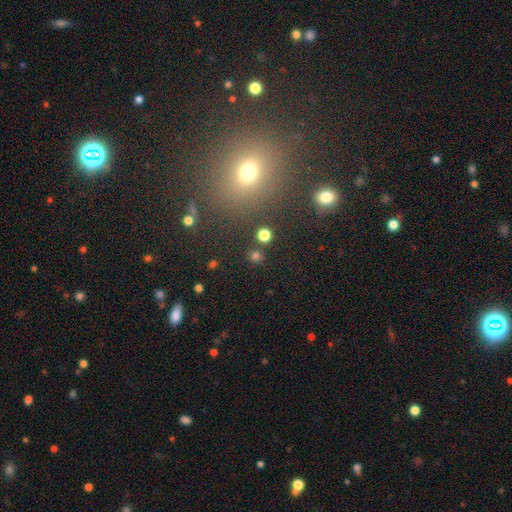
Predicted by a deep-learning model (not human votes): Smooth or featured?
  - smooth: 73% *
  - star or artifact: 22%
  - featured or disk: 5%
How rounded?
  - round: 91% *
  - in between: 8%
  - cigar-shaped: 1%
Merging?
  - none: 85% *
  - minor disturbance: 6%
  - merger: 6%
  - major disturbance: 3%